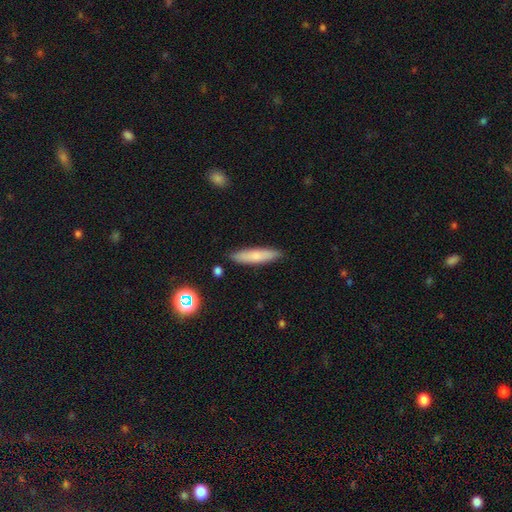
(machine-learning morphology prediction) The model was most divided on "smooth or featured": smooth: 73%, featured or disk: 20%, star or artifact: 7%. More confident: merging — none (88%); how rounded — cigar-shaped (82%).